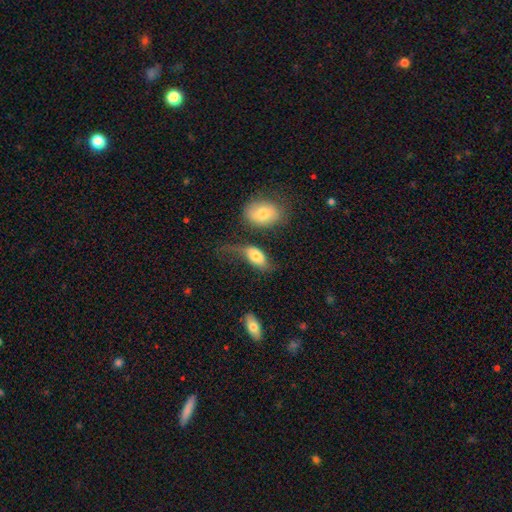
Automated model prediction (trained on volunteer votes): Smooth or featured: smooth — 74% (featured or disk — 18%)
How rounded: in between — 89% (round — 7%)
Merging: major disturbance — 31% (tied with none — 31%)